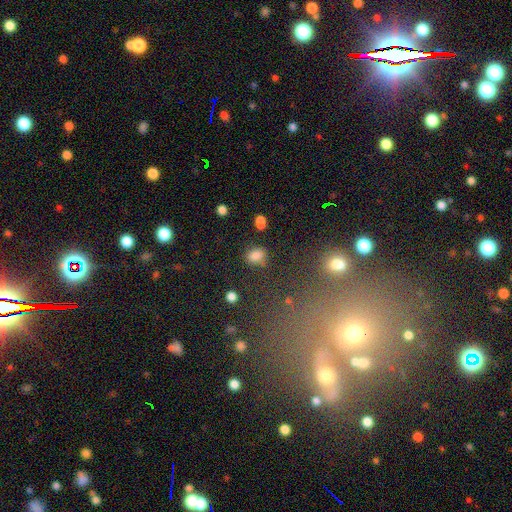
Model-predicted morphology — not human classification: smooth_or_featured: smooth (p=0.81) [alt: star or artifact p=0.12]
how_rounded: in between (p=0.57) [alt: round p=0.42]
merging: none (p=0.71) [alt: minor disturbance p=0.17]